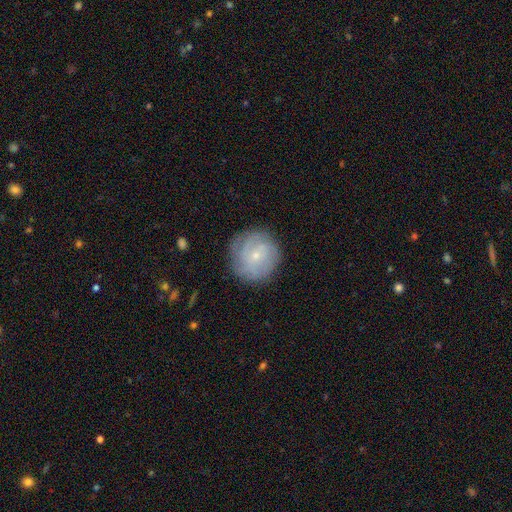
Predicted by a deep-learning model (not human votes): A featured or disk galaxy (60%) with no bar (70%), tight (65%) spiral arms (85%) and a small central bulge (76%).

Vote fractions:
- Smooth or featured? featured or disk: 60% / smooth: 32% / star or artifact: 8%
- Edge-on disk? no: 97% / yes: 3%
- Bar? no: 70% / weak: 26% / strong: 4%
- Spiral arms? yes: 85% / no: 15%
- Spiral winding? tight: 65% / medium: 27% / loose: 9%
- Spiral arm count? can't tell: 47% / 3: 17% / 2: 13% / 4: 12% / 1: 6% / more than 4: 6%
- Bulge size? small: 76% / moderate: 20% / none: 2% / large: 1% / dominant: 1%
- Merging? none: 80% / minor disturbance: 14% / major disturbance: 5% / merger: 1%